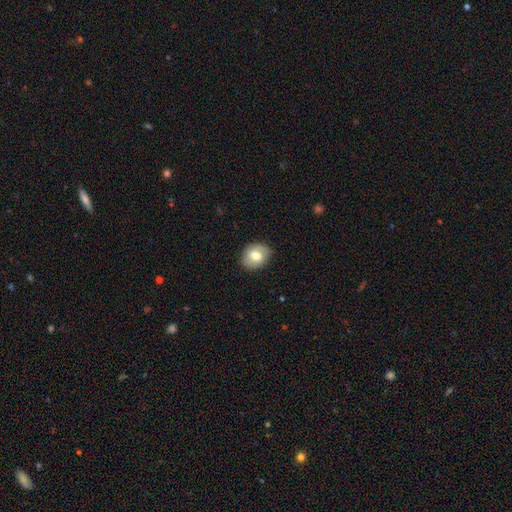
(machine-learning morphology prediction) Smooth or featured?
  - smooth: 65% *
  - featured or disk: 28%
  - star or artifact: 7%
How rounded?
  - in between: 60% *
  - round: 39%
  - cigar-shaped: 1%
Merging?
  - none: 83% *
  - minor disturbance: 13%
  - major disturbance: 3%
  - merger: 1%